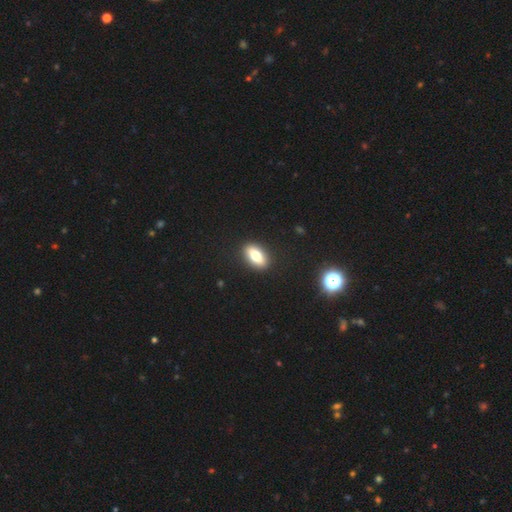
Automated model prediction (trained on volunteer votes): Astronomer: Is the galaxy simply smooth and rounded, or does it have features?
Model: smooth — 69%.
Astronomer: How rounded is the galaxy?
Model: in between — 83%.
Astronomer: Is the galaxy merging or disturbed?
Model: none — 90%.